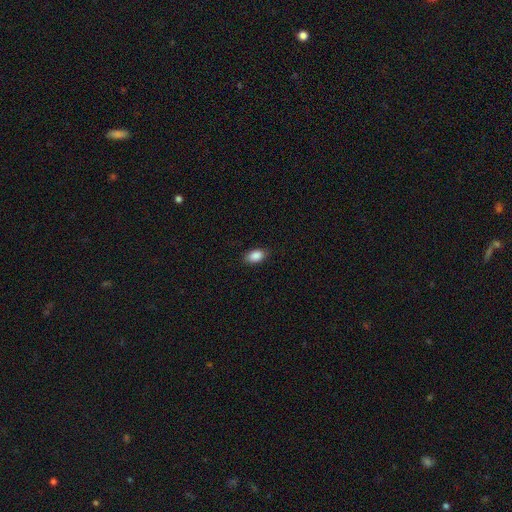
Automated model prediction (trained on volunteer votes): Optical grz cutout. It shows a smooth galaxy with no disk features (88%) that is in between round and cigar-shaped (91%). Merging: none (86%).